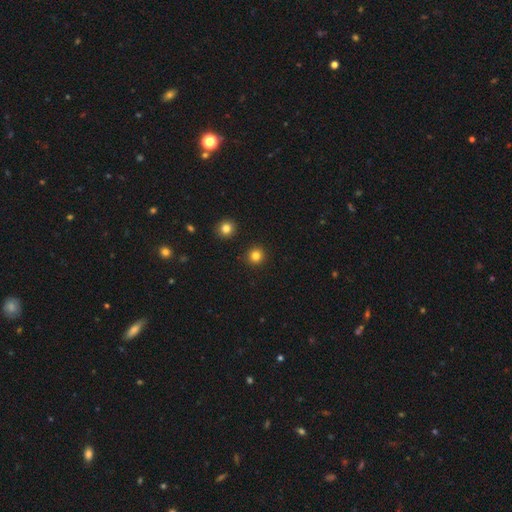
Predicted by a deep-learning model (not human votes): A smooth galaxy with no disk features (82%) that is round (94%). Merging: none (92%).